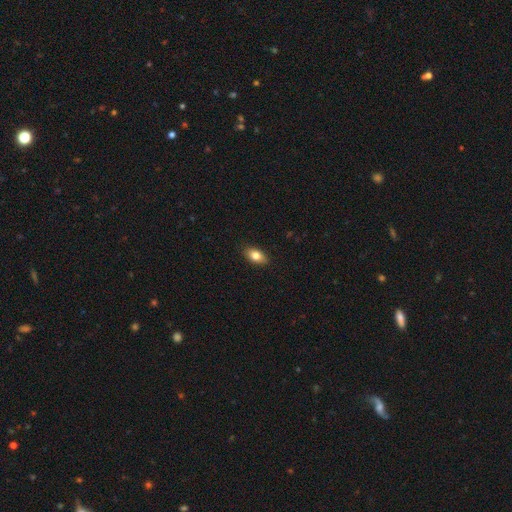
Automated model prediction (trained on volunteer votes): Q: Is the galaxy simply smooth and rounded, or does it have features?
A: smooth — 81%.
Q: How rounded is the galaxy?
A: in between — 88%.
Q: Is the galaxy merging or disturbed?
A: none — 88%.